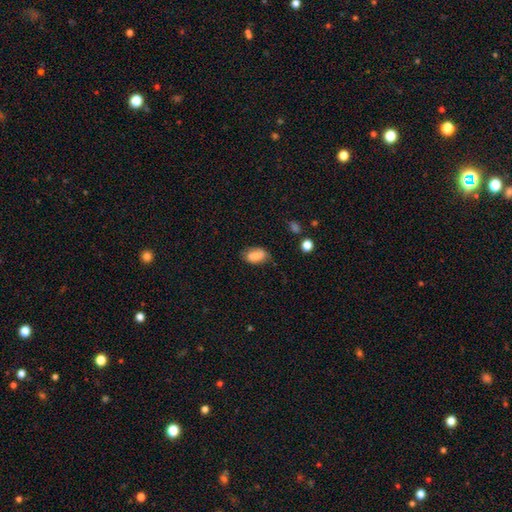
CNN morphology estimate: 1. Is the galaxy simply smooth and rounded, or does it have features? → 72% smooth, 20% featured or disk, 8% star or artifact.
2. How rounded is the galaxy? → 89% in between, 9% round, 1% cigar-shaped.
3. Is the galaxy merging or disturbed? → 66% none, 25% minor disturbance, 6% major disturbance, 2% merger.